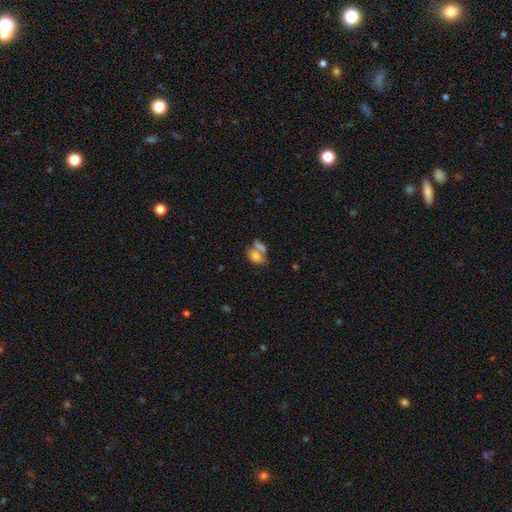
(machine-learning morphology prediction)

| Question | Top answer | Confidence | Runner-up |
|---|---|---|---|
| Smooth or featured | smooth | 75% | featured or disk (16%) |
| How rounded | in between | 84% | round (14%) |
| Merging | merger | 51% | none (30%) |